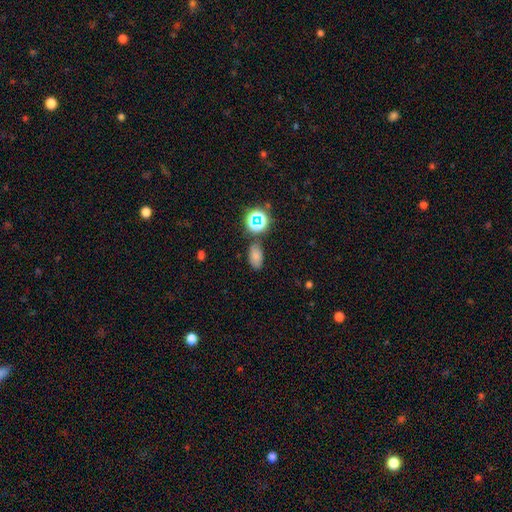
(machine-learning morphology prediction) smooth_or_featured: smooth (p=0.73) [alt: star or artifact p=0.19]
how_rounded: in between (p=0.88) [alt: round p=0.10]
merging: none (p=0.77) [alt: minor disturbance p=0.14]